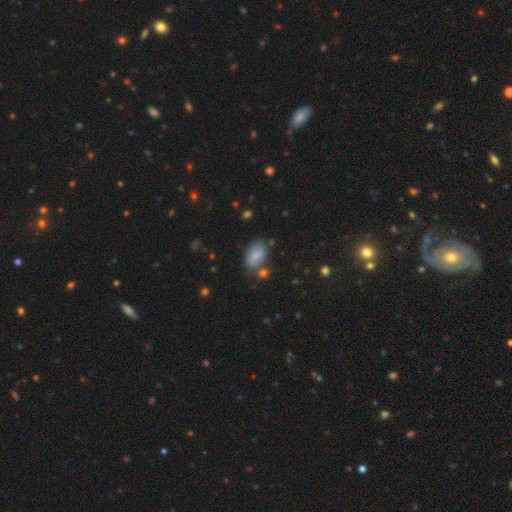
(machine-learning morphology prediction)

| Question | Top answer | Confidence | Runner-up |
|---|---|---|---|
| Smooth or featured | smooth | 78% | featured or disk (13%) |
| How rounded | in between | 91% | round (7%) |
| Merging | none | 62% | minor disturbance (21%) |